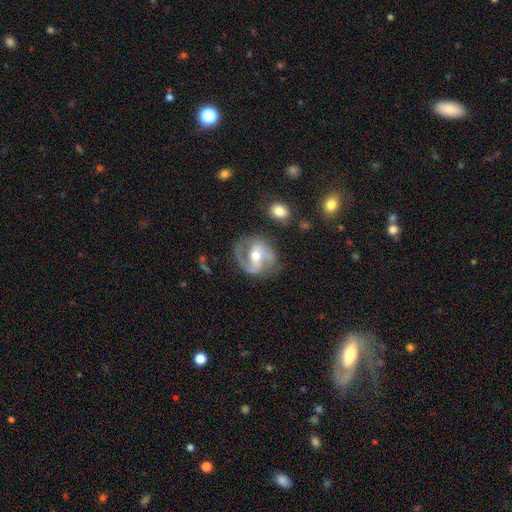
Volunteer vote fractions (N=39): This is clearly a featured or disk galaxy (85%). It is clearly not viewed edge-on (97%). Bar: marginally strong (38%, tied with no). Spiral arm pattern: clearly yes (94%). Spiral arm count: clearly 2 (90%). Spiral winding: possibly tight (47%). Central bulge: likely moderate (72%). Merging: likely none (70%).